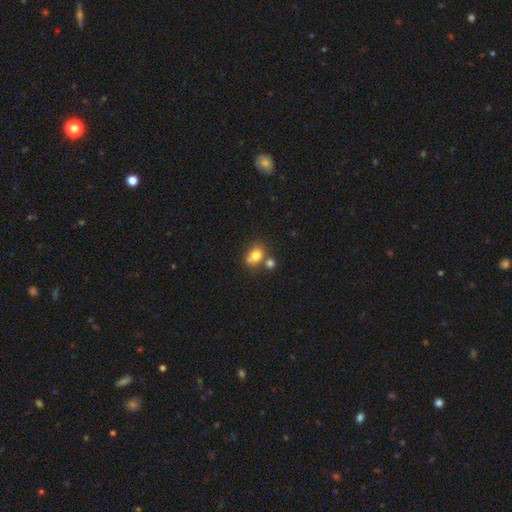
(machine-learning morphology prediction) smooth 78%, featured or disk 11%, star or artifact 11%. Down the decision tree: how rounded — in between (58%); merging — none (47%).